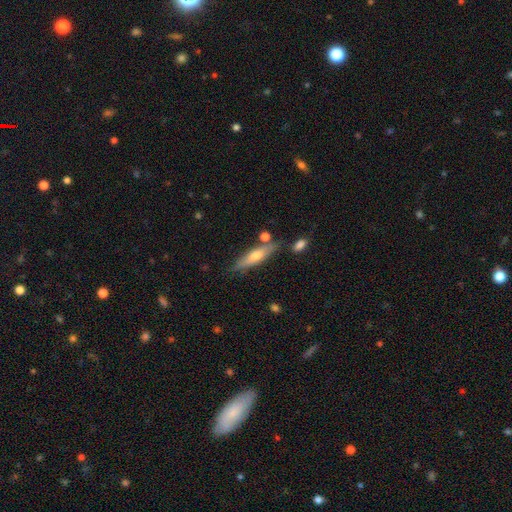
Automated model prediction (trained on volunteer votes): A smooth galaxy with no disk features (47%).

Vote fractions:
- Smooth or featured? smooth: 47% / featured or disk: 45% / star or artifact: 7%
- Merging? none: 75% / minor disturbance: 14% / merger: 8% / major disturbance: 3%